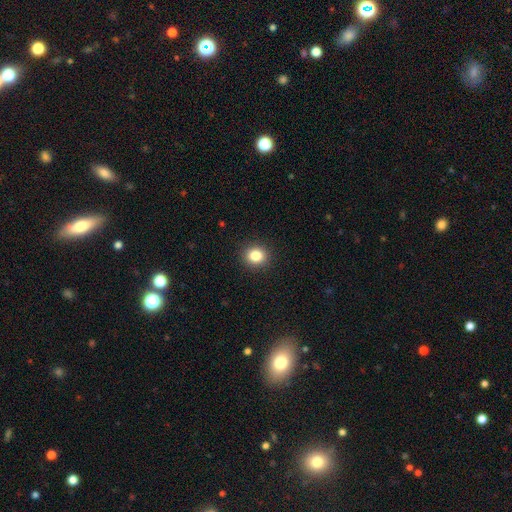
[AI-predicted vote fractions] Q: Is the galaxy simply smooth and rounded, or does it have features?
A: smooth — 84%.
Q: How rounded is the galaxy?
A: round — 80%.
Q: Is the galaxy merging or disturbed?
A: none — 91%.